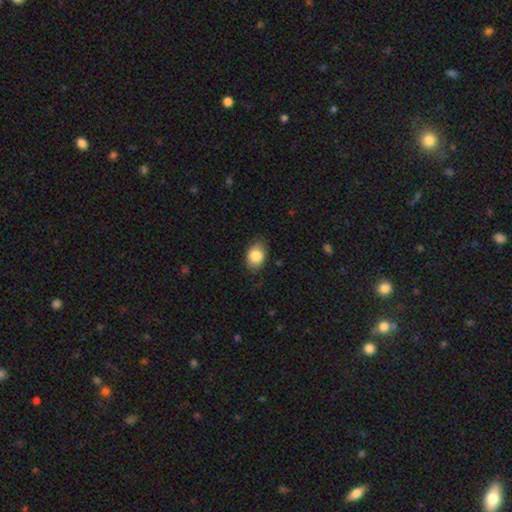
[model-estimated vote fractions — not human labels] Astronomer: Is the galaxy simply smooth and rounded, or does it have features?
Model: smooth — 85%.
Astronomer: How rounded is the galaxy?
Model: in between — 68%.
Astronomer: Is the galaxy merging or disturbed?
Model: none — 81%.